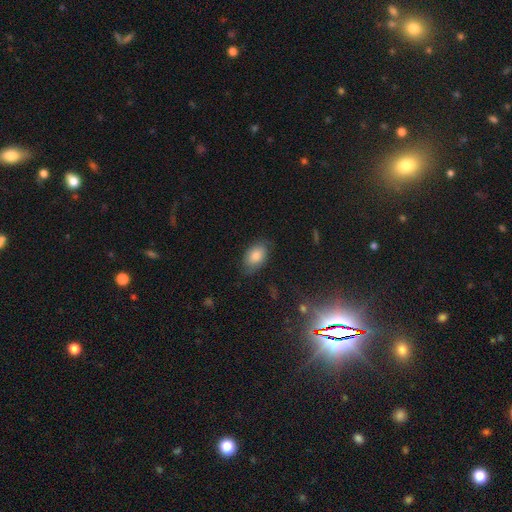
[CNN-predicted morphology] Q: Smooth or featured?
A: smooth (79%); runner-up: featured or disk (13%)
Q: How rounded?
A: in between (90%); runner-up: round (9%)
Q: Merging?
A: none (75%); runner-up: minor disturbance (19%)